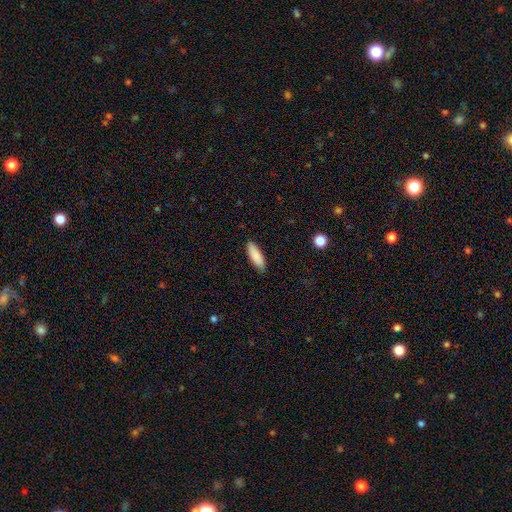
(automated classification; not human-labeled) smooth_or_featured: smooth (p=0.88) [alt: star or artifact p=0.06]
how_rounded: in between (p=0.58) [alt: cigar-shaped p=0.40]
merging: none (p=0.85) [alt: minor disturbance p=0.12]